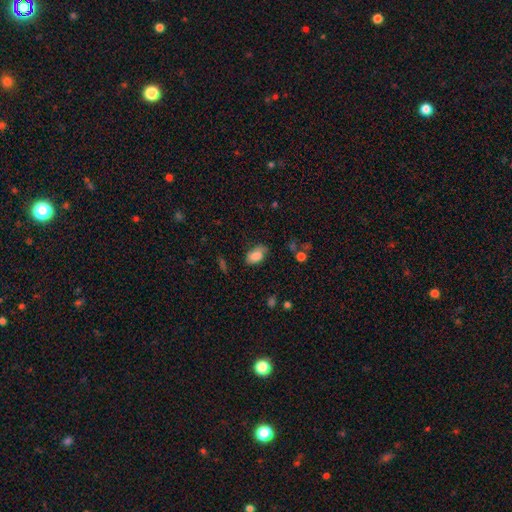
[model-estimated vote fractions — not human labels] smooth-or-featured: smooth: 84% | star or artifact: 8% | featured or disk: 8%
  how-rounded: in between: 91% | round: 7% | cigar-shaped: 2%
  merging: none: 63% | minor disturbance: 27% | major disturbance: 7% | merger: 2%